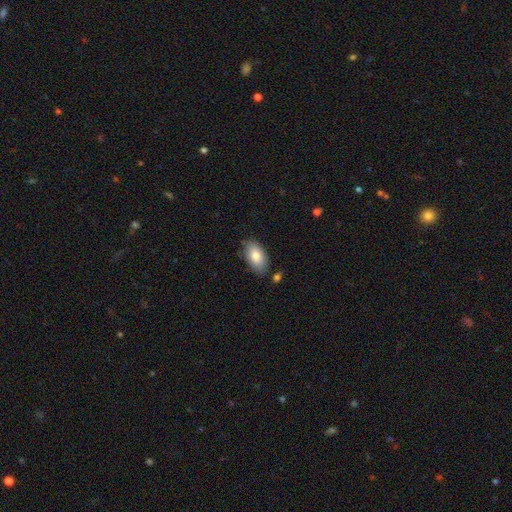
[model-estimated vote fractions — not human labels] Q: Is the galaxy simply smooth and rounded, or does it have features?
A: smooth — 81%.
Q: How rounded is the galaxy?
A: in between — 94%.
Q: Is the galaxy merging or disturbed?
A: none — 80%.